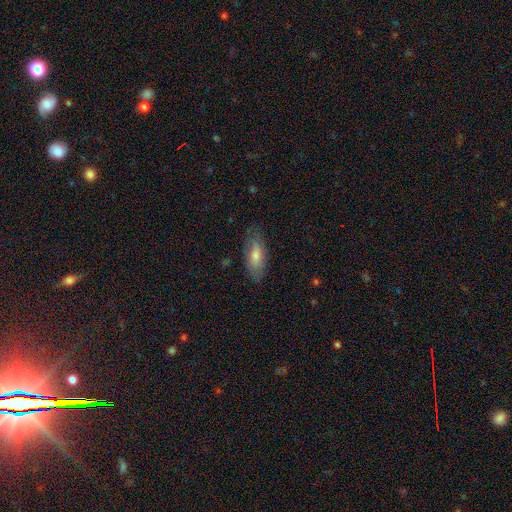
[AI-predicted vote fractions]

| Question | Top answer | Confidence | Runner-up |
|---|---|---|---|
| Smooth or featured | smooth | 65% | featured or disk (28%) |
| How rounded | in between | 72% | cigar-shaped (25%) |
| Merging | none | 80% | minor disturbance (15%) |